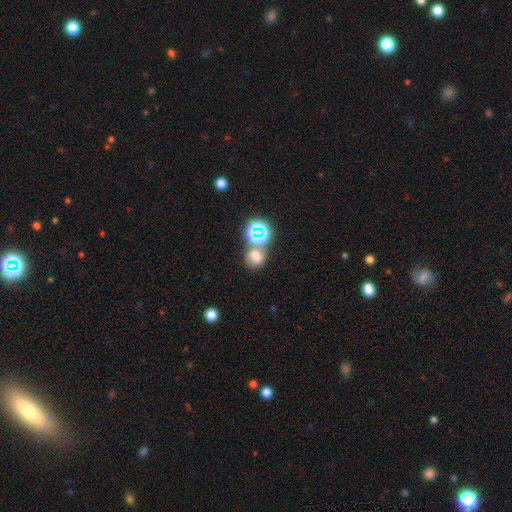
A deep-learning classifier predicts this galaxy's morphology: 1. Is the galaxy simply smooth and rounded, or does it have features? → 63% smooth, 26% star or artifact, 11% featured or disk.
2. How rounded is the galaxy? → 63% round, 36% in between, 1% cigar-shaped.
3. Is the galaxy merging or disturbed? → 52% none, 29% merger, 13% minor disturbance, 7% major disturbance.